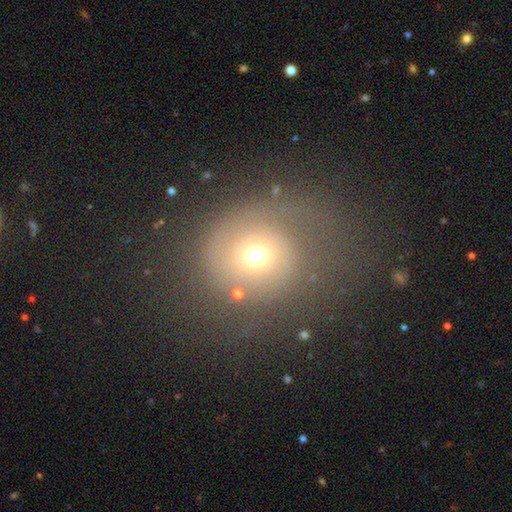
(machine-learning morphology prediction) Smooth or featured? Predicted: smooth (p=0.54). How rounded? Predicted: round (p=0.86). Merging? Predicted: none (p=0.51).